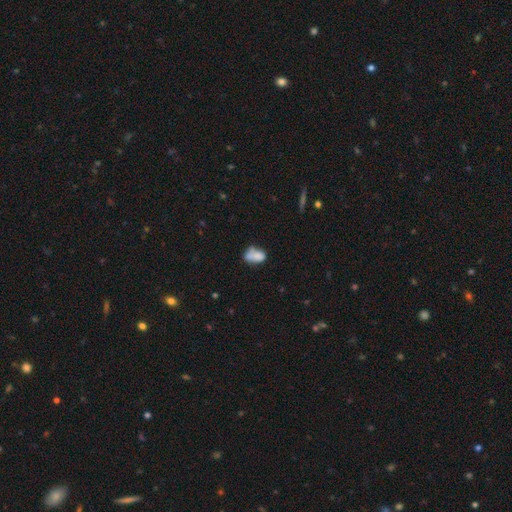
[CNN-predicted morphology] Smooth or featured? Predicted: smooth (p=0.70). How rounded? Predicted: in between (p=0.84). Merging? Predicted: merger (p=0.37).